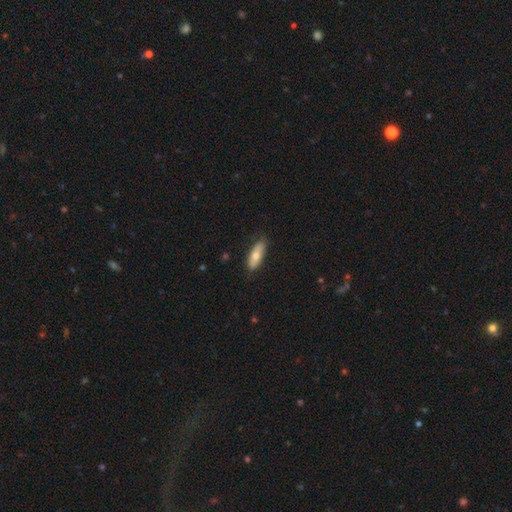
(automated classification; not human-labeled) Q: Smooth or featured?
A: smooth (69%); runner-up: featured or disk (25%)
Q: How rounded?
A: in between (61%); runner-up: cigar-shaped (37%)
Q: Merging?
A: none (81%); runner-up: minor disturbance (15%)